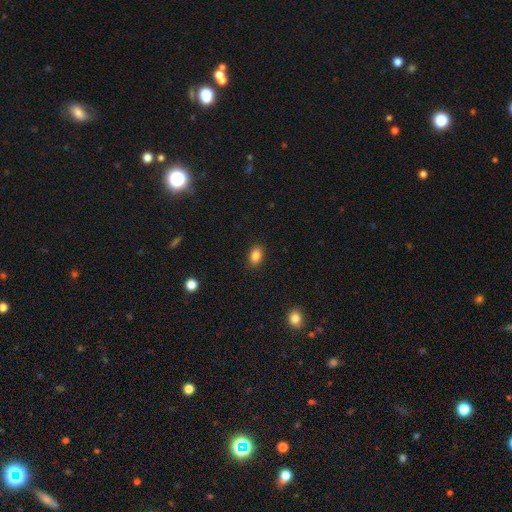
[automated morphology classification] smooth 85%, star or artifact 9%, featured or disk 6%. Down the decision tree: how rounded — in between (81%); merging — none (89%).